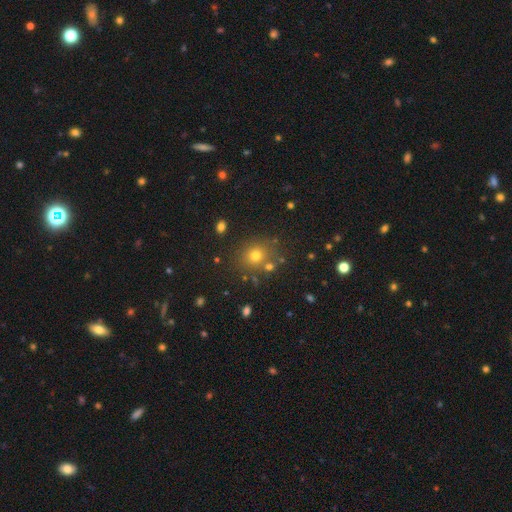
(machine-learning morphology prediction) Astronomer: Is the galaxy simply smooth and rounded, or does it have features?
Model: smooth — 70%.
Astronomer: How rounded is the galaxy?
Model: round — 82%.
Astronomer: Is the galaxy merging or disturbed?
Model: none — 78%.